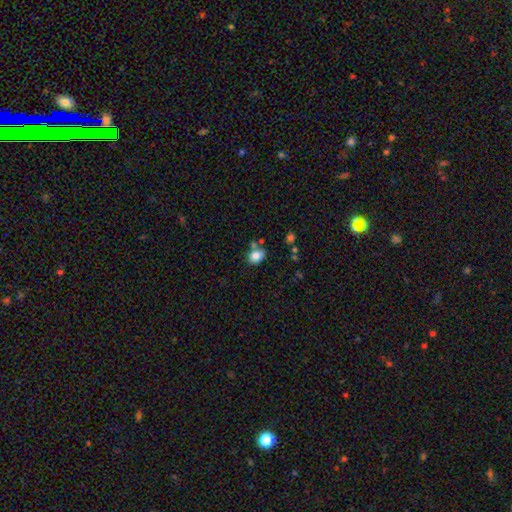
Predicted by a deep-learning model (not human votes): Smooth or featured: smooth — 83% (star or artifact — 9%)
How rounded: in between — 65% (round — 34%)
Merging: none — 63% (merger — 16%)